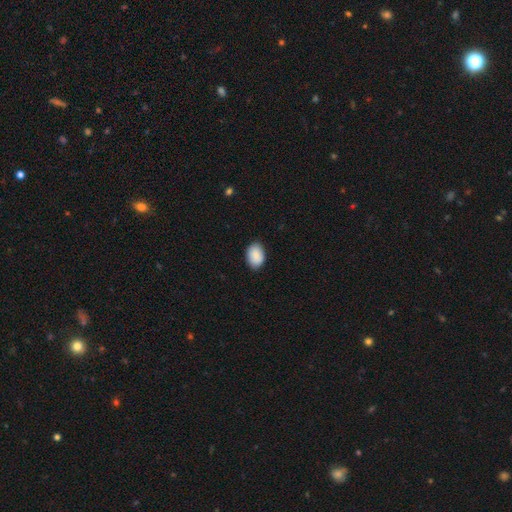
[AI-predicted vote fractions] Smooth or featured? Predicted: smooth (p=0.90). How rounded? Predicted: in between (p=0.87). Merging? Predicted: none (p=0.86).